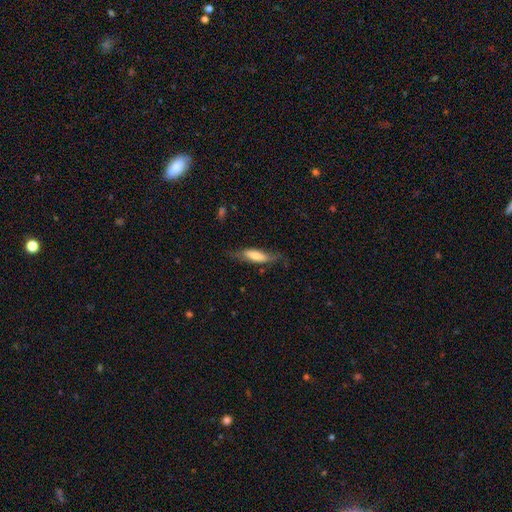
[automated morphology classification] The model was most divided on "how rounded": cigar-shaped: 56%, in between: 43%, round: 2%. More confident: merging — none (64%); smooth or featured — smooth (62%).